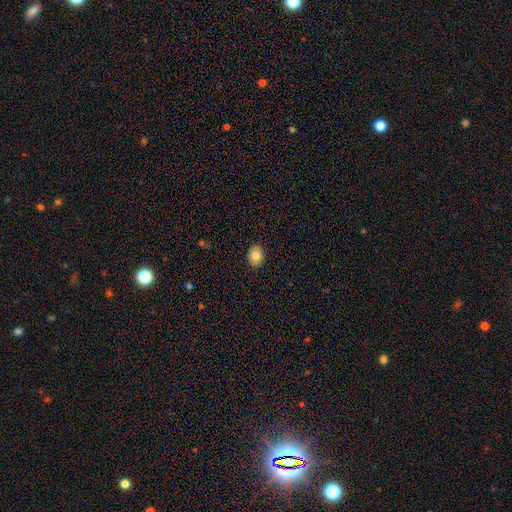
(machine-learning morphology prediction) Smooth or featured: smooth — 83% (featured or disk — 9%)
How rounded: in between — 68% (round — 31%)
Merging: none — 90% (minor disturbance — 8%)